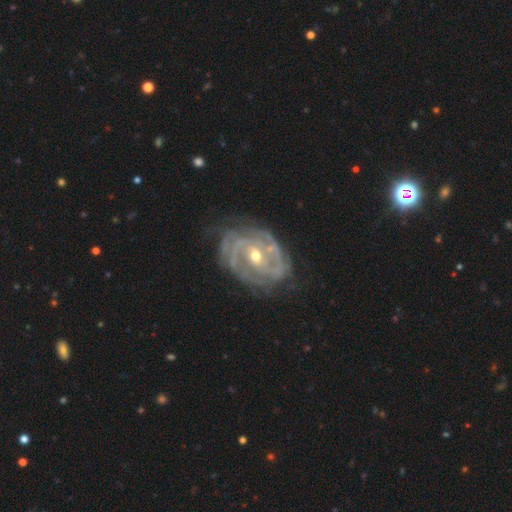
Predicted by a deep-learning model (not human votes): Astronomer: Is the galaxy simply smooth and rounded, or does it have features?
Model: featured or disk — 90%.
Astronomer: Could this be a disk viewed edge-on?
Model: no — 97%.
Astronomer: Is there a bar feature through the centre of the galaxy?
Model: weak — 42% (runner-up: no, 39%).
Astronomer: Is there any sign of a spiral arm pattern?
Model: yes — 96%.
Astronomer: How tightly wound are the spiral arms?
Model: tight — 67%.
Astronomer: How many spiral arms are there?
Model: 2 — 36% (runner-up: can't tell, 24%).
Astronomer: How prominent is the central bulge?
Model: moderate — 50% (runner-up: small, 47%).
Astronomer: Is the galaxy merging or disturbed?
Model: none — 66%.